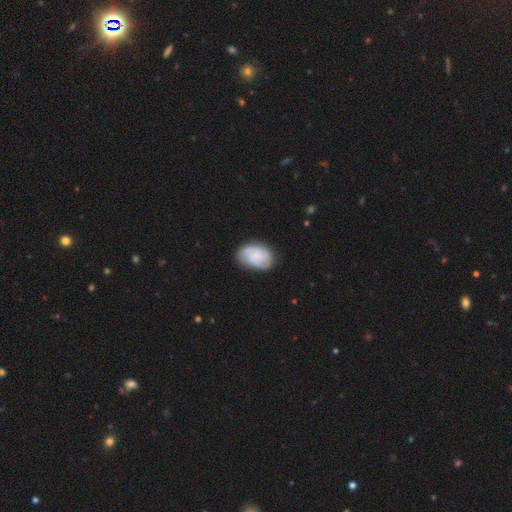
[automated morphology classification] The model was most divided on "smooth or featured": smooth: 48%, featured or disk: 45%, star or artifact: 7%. More confident: merging — none (72%).